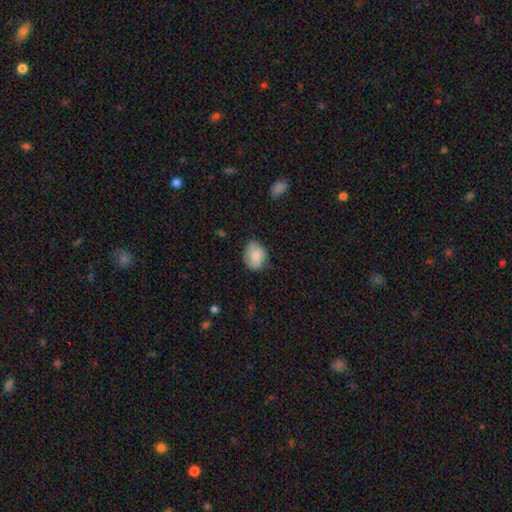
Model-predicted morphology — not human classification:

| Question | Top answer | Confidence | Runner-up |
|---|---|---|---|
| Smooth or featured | smooth | 76% | featured or disk (17%) |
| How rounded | in between | 57% | round (42%) |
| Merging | none | 67% | minor disturbance (27%) |